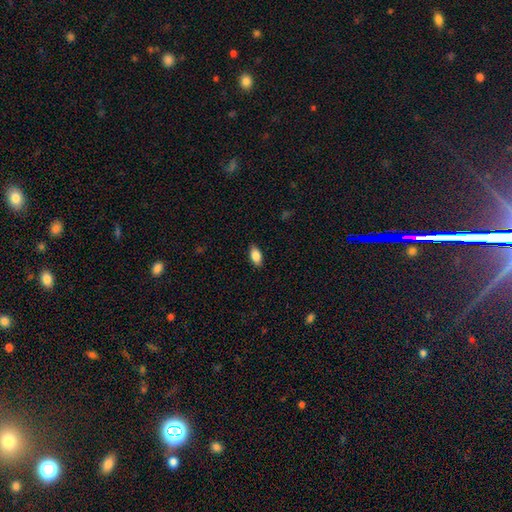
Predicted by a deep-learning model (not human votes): Smooth or featured? smooth (87%)
How rounded? in between (91%)
Merging? none (87%)